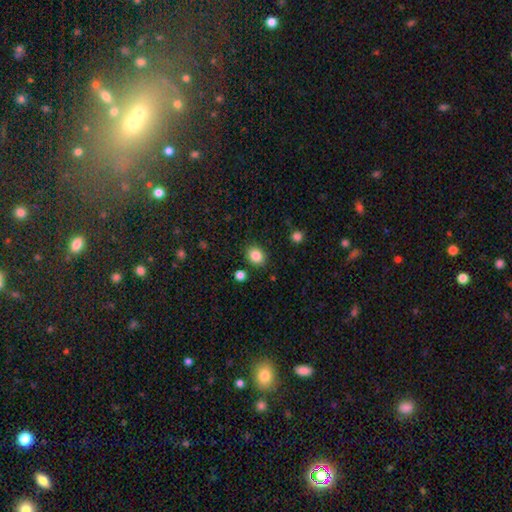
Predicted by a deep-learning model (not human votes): This appears to be a smooth galaxy with no disk features (86%) that is round (58%). Merging: none (85%).